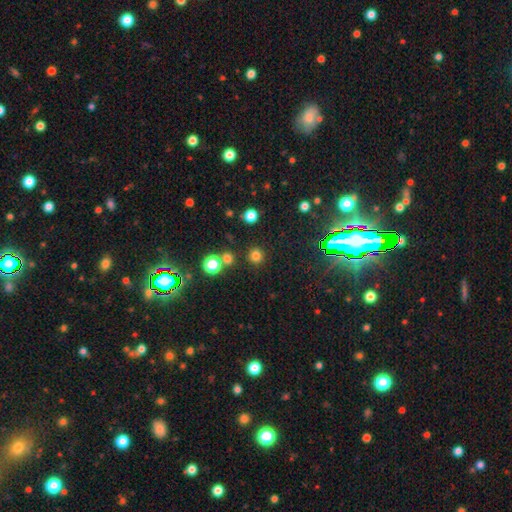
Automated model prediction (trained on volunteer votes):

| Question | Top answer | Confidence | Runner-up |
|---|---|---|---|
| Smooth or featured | smooth | 74% | star or artifact (20%) |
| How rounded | round | 94% | in between (5%) |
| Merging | none | 86% | minor disturbance (6%) |